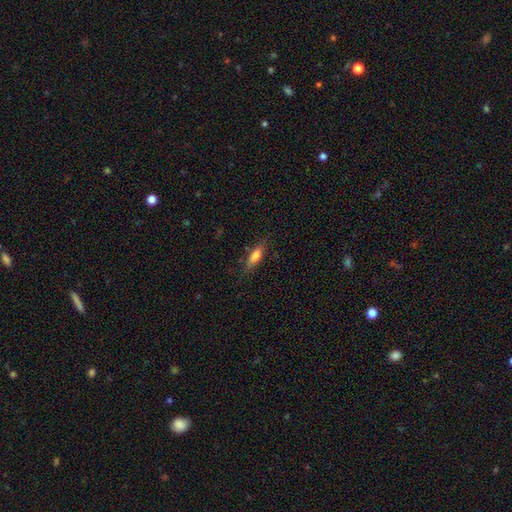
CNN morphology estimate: Overall: smooth (74%). How rounded: in between (55%; cigar-shaped 43%). Merging: none (77%).